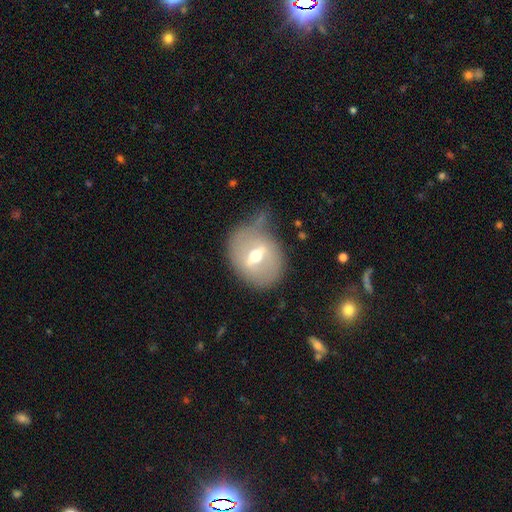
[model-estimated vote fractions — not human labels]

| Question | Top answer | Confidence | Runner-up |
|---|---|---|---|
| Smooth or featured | featured or disk | 63% | smooth (31%) |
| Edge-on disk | no | 83% | yes (17%) |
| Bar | strong | 55% | weak (34%) |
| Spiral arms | no | 82% | yes (18%) |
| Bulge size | moderate | 74% | small (14%) |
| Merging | none | 52% | minor disturbance (24%) |